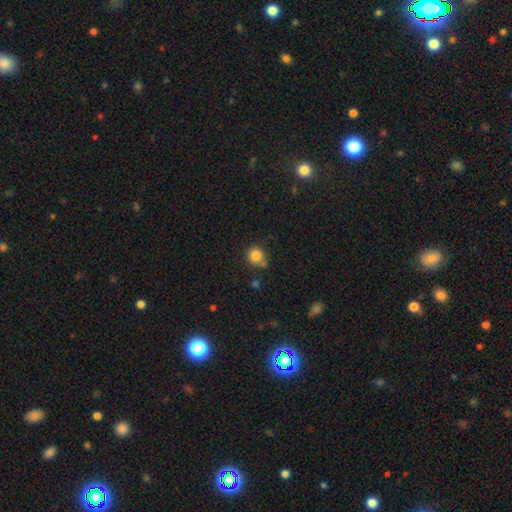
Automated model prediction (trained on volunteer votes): A smooth galaxy with no disk features (84%) that is round (89%).

Vote fractions:
- Smooth or featured? smooth: 84% / star or artifact: 11% / featured or disk: 5%
- How rounded? round: 89% / in between: 10% / cigar-shaped: 1%
- Merging? none: 72% / minor disturbance: 14% / merger: 9% / major disturbance: 4%